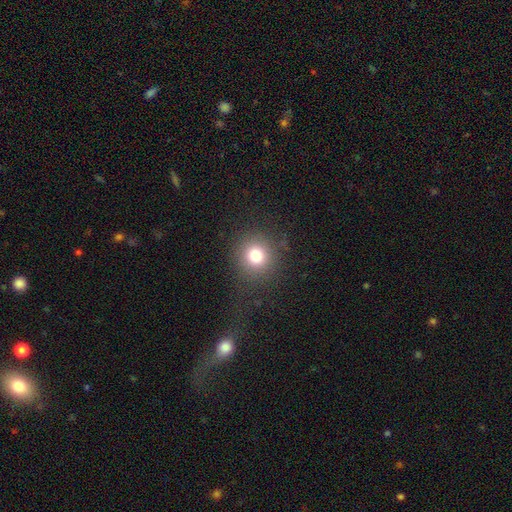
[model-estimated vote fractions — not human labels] Smooth or featured?
  - smooth: 77% *
  - star or artifact: 14%
  - featured or disk: 9%
How rounded?
  - round: 90% *
  - in between: 9%
  - cigar-shaped: 1%
Merging?
  - none: 86% *
  - minor disturbance: 8%
  - major disturbance: 5%
  - merger: 1%